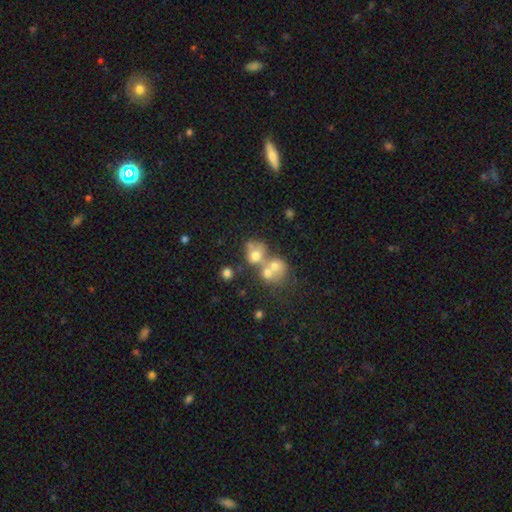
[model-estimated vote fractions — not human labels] smooth_or_featured: smooth (p=0.59) [alt: featured or disk p=0.26]
how_rounded: round (p=0.66) [alt: in between p=0.33]
merging: merger (p=0.58) [alt: none p=0.26]